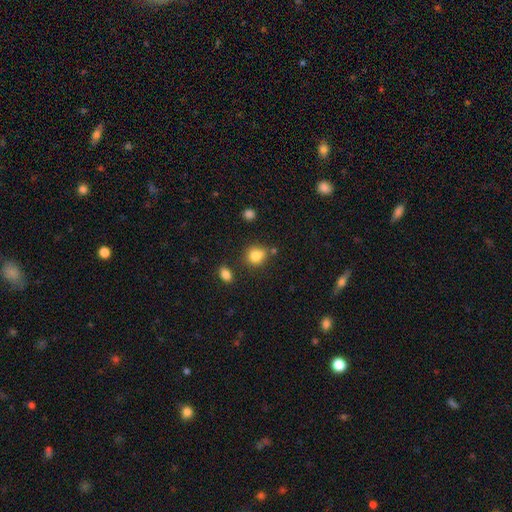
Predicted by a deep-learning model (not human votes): smooth_or_featured: smooth (p=0.82) [alt: star or artifact p=0.11]
how_rounded: round (p=0.78) [alt: in between p=0.21]
merging: none (p=0.69) [alt: minor disturbance p=0.16]